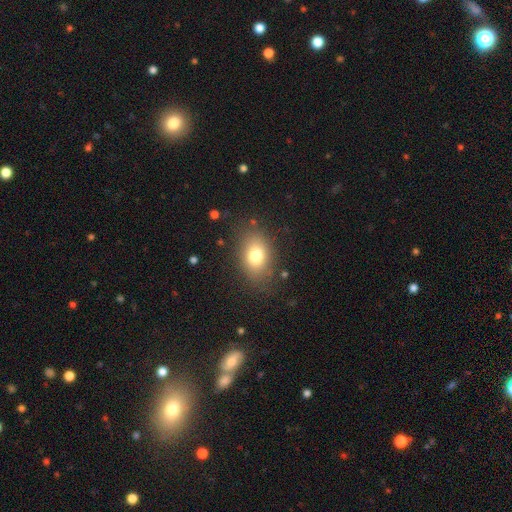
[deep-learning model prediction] Smooth or featured? smooth (76%)
How rounded? in between (74%)
Merging? none (81%)